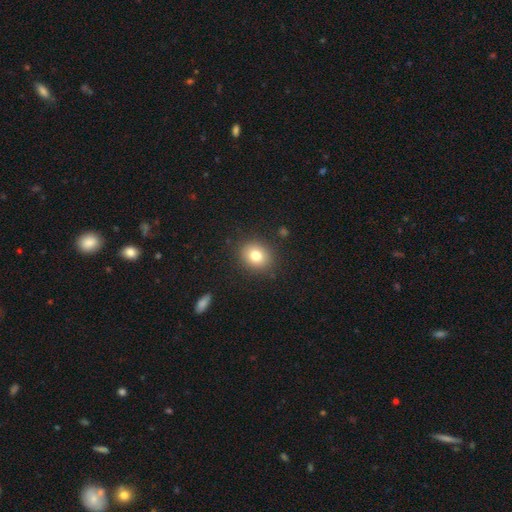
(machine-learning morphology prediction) smooth 79%, featured or disk 11%, star or artifact 11%. Down the decision tree: how rounded — round (65%); merging — none (87%).